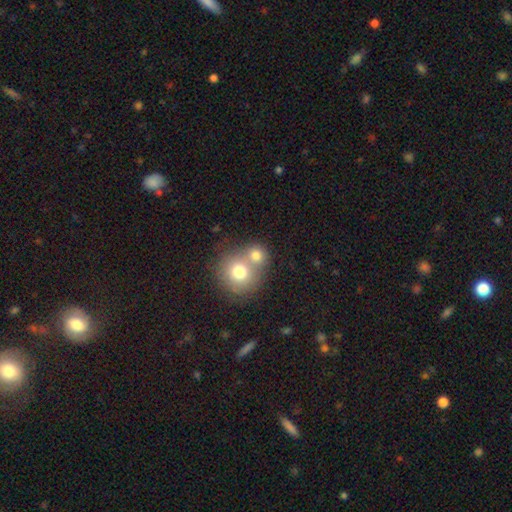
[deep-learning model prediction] Smooth or featured?
  - smooth: 75% *
  - featured or disk: 15%
  - star or artifact: 10%
How rounded?
  - round: 83% *
  - in between: 16%
  - cigar-shaped: 1%
Merging?
  - merger: 56% *
  - none: 35%
  - minor disturbance: 6%
  - major disturbance: 3%